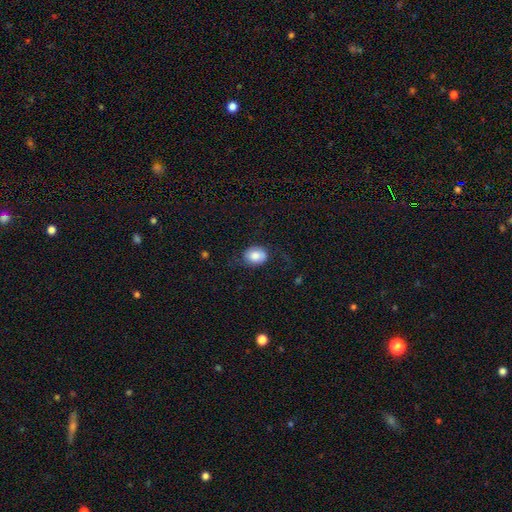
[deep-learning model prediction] Smooth or featured: smooth — 78% (featured or disk — 14%)
How rounded: in between — 59% (round — 40%)
Merging: none — 66% (minor disturbance — 22%)